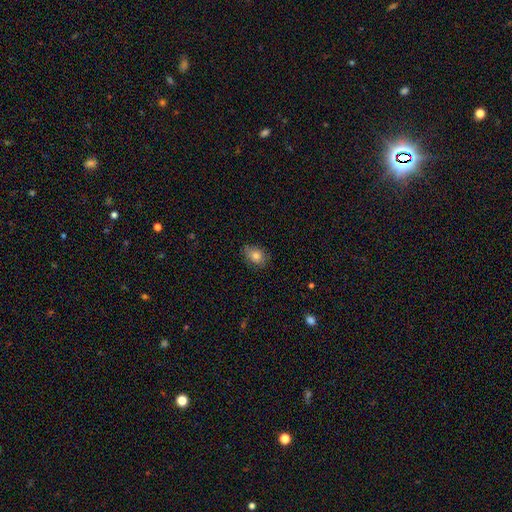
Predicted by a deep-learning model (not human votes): A smooth galaxy with no disk features (82%) that is in between round and cigar-shaped (73%).

Vote fractions:
- Smooth or featured? smooth: 82% / featured or disk: 9% / star or artifact: 9%
- How rounded? in between: 73% / round: 25% / cigar-shaped: 2%
- Merging? none: 72% / minor disturbance: 22% / major disturbance: 4% / merger: 1%